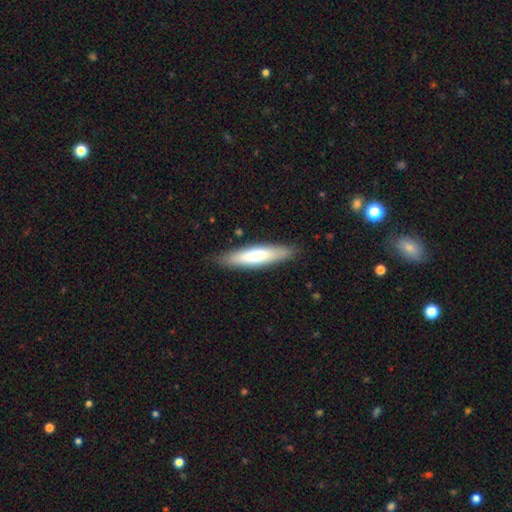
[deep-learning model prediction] This appears to be a smooth galaxy with no disk features (64%) that is cigar-shaped (70%). Merging: none (86%).